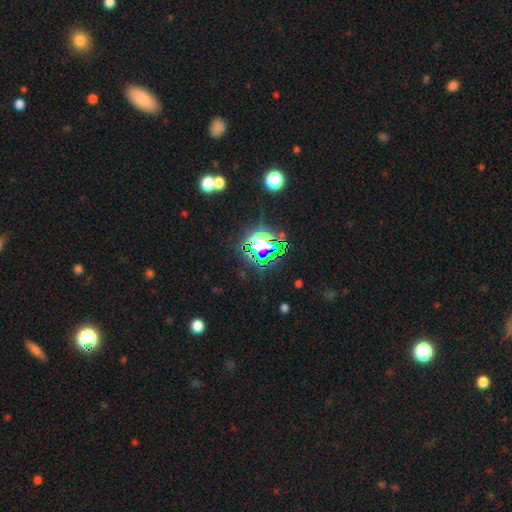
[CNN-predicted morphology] The model was most divided on "smooth or featured": star or artifact: 77%, smooth: 14%, featured or disk: 8%.